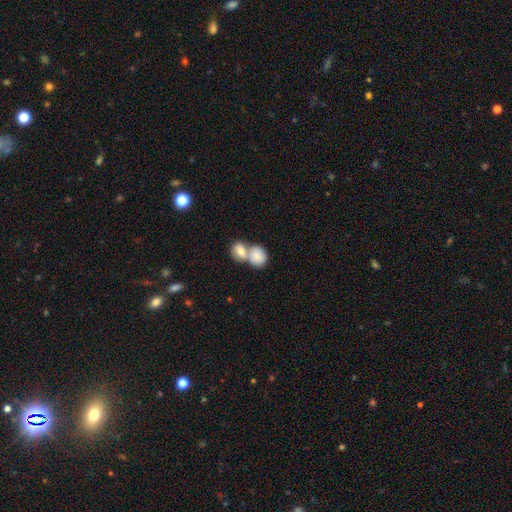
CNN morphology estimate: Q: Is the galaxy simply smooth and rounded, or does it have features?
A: smooth — 79%.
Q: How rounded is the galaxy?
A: round — 56%.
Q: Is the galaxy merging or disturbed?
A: merger — 72%.